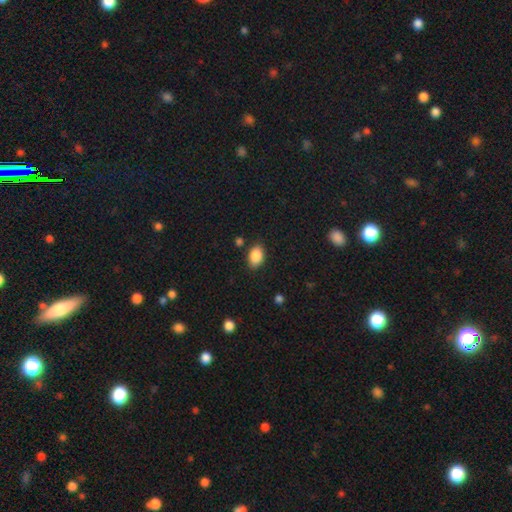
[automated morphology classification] Smooth or featured: smooth — 88% (star or artifact — 8%)
How rounded: in between — 86% (round — 13%)
Merging: none — 84% (minor disturbance — 11%)